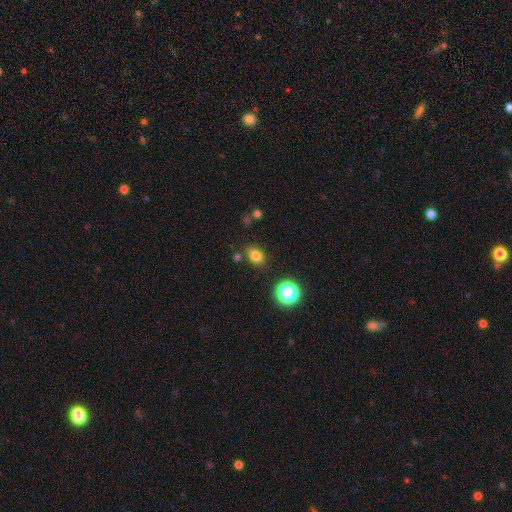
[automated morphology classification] smooth-or-featured: smooth: 79% | star or artifact: 15% | featured or disk: 6%
  how-rounded: in between: 58% | round: 41% | cigar-shaped: 1%
  merging: none: 79% | minor disturbance: 13% | merger: 5% | major disturbance: 3%